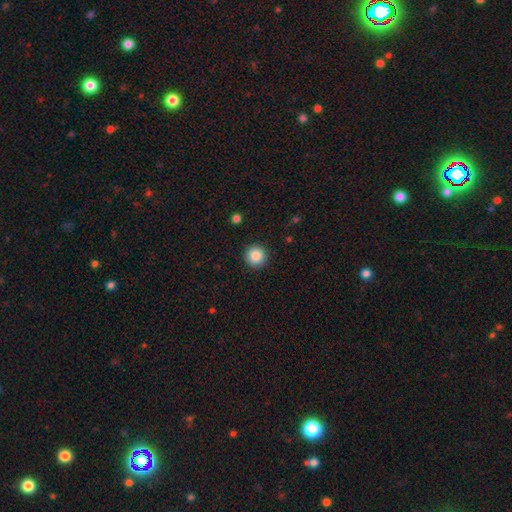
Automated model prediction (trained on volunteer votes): A smooth galaxy with no disk features (87%) that is round (96%). Merging: none (92%).